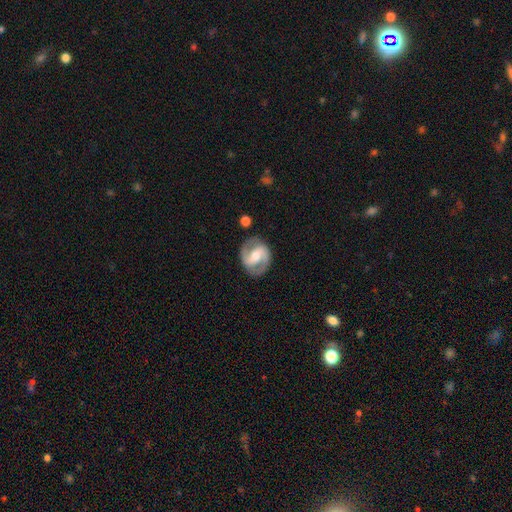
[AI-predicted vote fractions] Morphology: type=featured or disk (83%); edge-on=no (97%); bar=weak (44%); spiral arms=yes (93%); winding=medium (54%); arm count=2 (92%); bulge=moderate (65%); merging=none (84%).